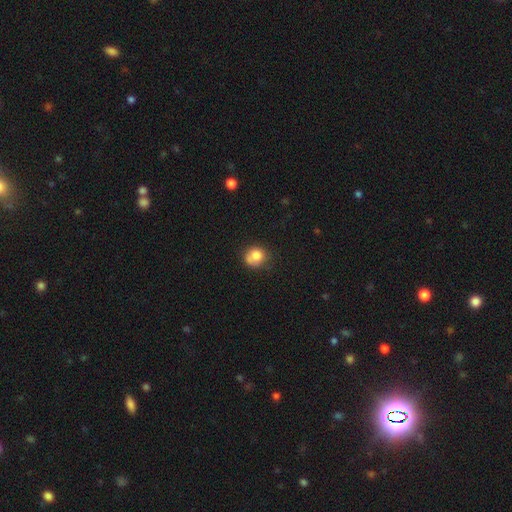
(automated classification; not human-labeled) Smooth or featured?
  - smooth: 78% *
  - featured or disk: 13%
  - star or artifact: 9%
How rounded?
  - round: 79% *
  - in between: 20%
  - cigar-shaped: 1%
Merging?
  - none: 54% *
  - minor disturbance: 24%
  - merger: 12%
  - major disturbance: 10%